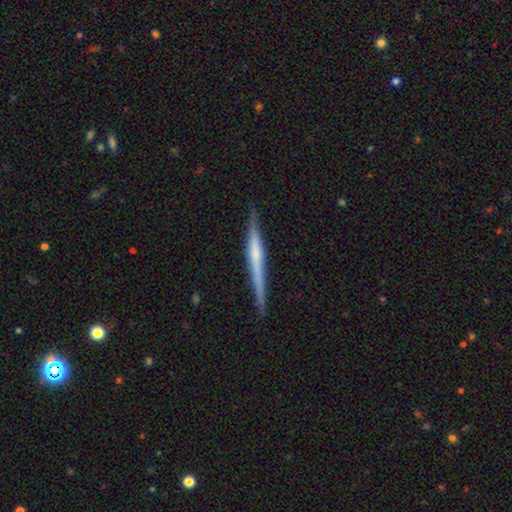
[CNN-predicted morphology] type=featured or disk (63%); edge-on=yes (98%); edge-on bulge=none (54%); merging=none (88%).